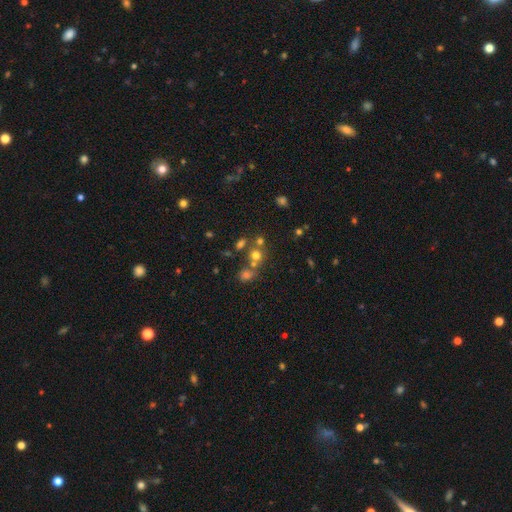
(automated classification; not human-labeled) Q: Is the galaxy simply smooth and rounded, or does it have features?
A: smooth — 61%.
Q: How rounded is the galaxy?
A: round — 84%.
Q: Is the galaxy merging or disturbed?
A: none — 58%.